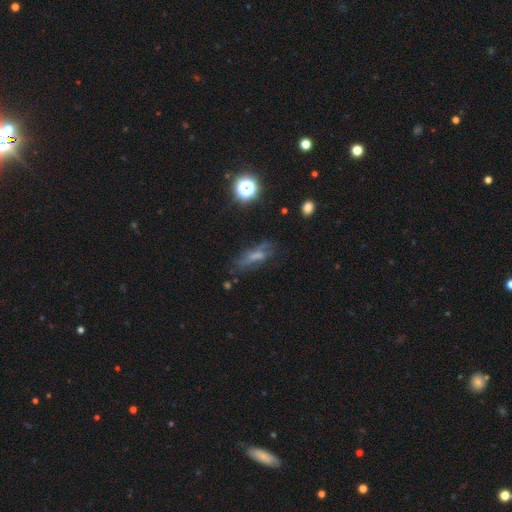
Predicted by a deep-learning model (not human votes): Overall: smooth (41%; featured or disk 39%). Merging: none (57%; minor disturbance 23%).